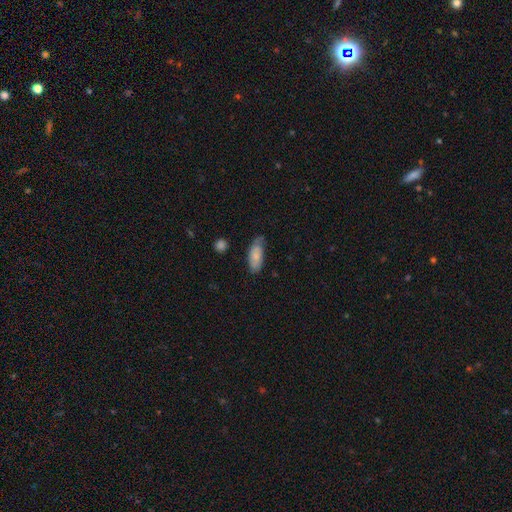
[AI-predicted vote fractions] Q: Smooth or featured?
A: smooth (72%); runner-up: featured or disk (22%)
Q: How rounded?
A: in between (83%); runner-up: cigar-shaped (15%)
Q: Merging?
A: none (58%); runner-up: minor disturbance (32%)